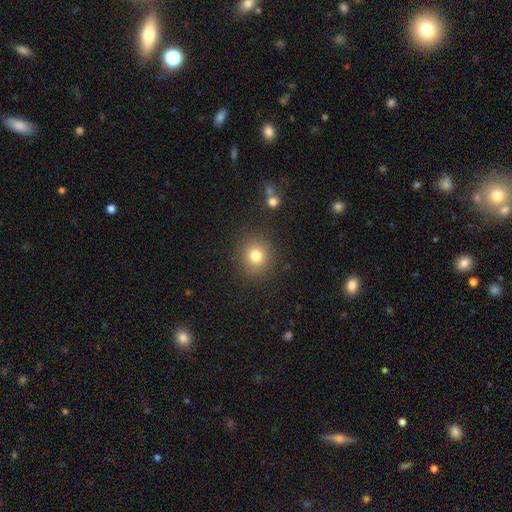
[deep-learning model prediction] A smooth galaxy with no disk features (79%) that is round (84%). Merging: none (87%).